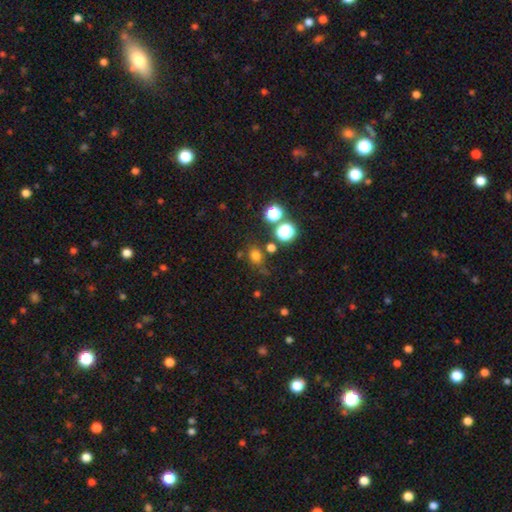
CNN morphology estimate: A smooth galaxy with no disk features (71%) that is round (69%).

Vote fractions:
- Smooth or featured? smooth: 71% / star or artifact: 22% / featured or disk: 7%
- How rounded? round: 69% / in between: 30% / cigar-shaped: 1%
- Merging? none: 69% / minor disturbance: 16% / merger: 8% / major disturbance: 7%